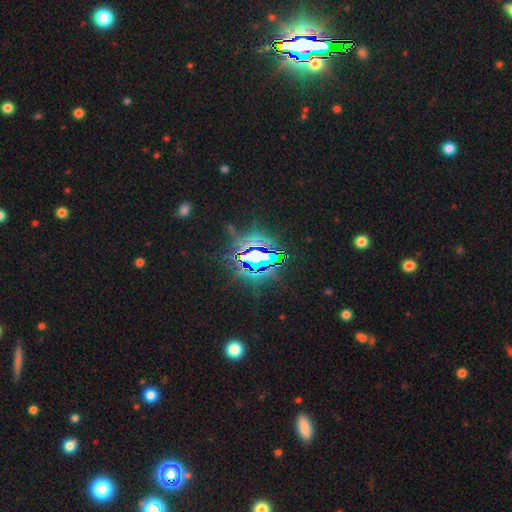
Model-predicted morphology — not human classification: A star or artifact, not a galaxy (81%).